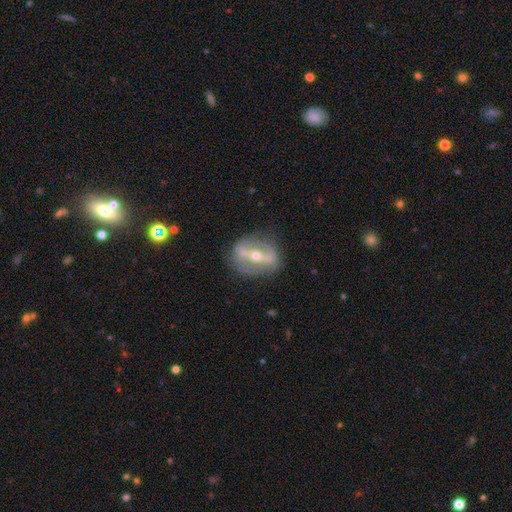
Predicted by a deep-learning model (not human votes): This is likely a featured or disk galaxy (76%). It is clearly not viewed edge-on (85%). Bar: likely strong (73%). Spiral arm pattern: possibly no (58%). Central bulge: possibly moderate (57%). Merging: likely none (75%).